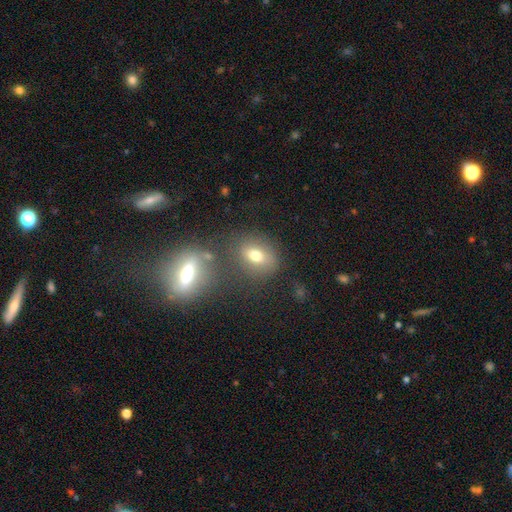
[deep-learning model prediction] A smooth galaxy with no disk features (71%) that is in between round and cigar-shaped (59%). Merging: none (68%).